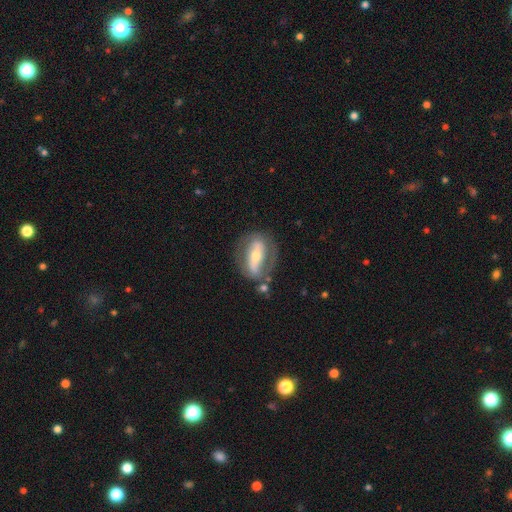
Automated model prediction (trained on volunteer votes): smooth_or_featured: featured or disk (p=0.69) [alt: smooth p=0.25]
disk_edge_on: no (p=0.84) [alt: yes p=0.16]
bar: strong (p=0.60) [alt: no p=0.22]
has_spiral_arms: yes (p=0.53) [alt: no p=0.47]
bulge_size: moderate (p=0.51) [alt: small p=0.40]
merging: none (p=0.67) [alt: minor disturbance p=0.17]